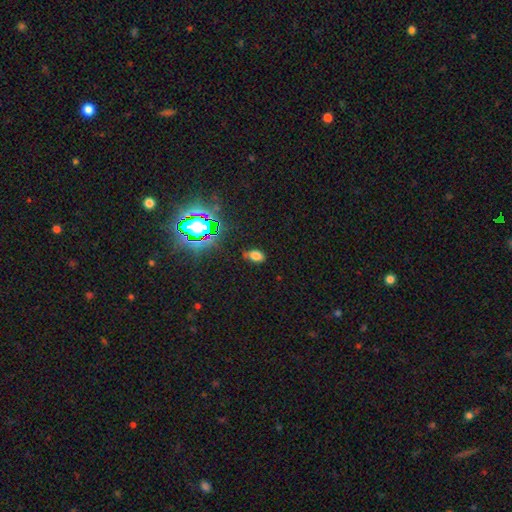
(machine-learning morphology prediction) Smooth or featured: smooth — 69% (star or artifact — 22%)
How rounded: in between — 88% (round — 10%)
Merging: none — 77% (minor disturbance — 17%)